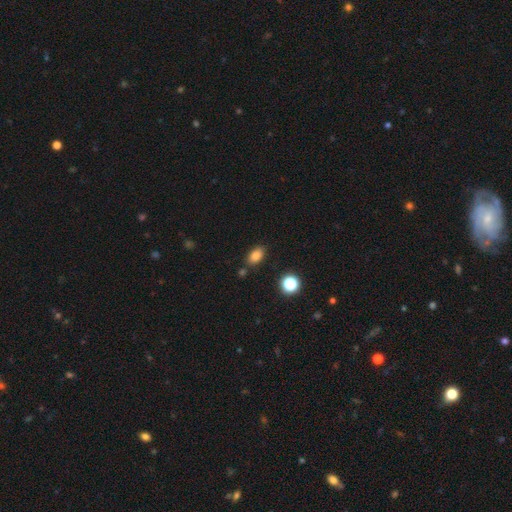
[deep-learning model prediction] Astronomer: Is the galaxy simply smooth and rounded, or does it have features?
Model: smooth — 82%.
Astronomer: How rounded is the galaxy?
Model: in between — 85%.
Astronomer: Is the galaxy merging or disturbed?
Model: none — 80%.